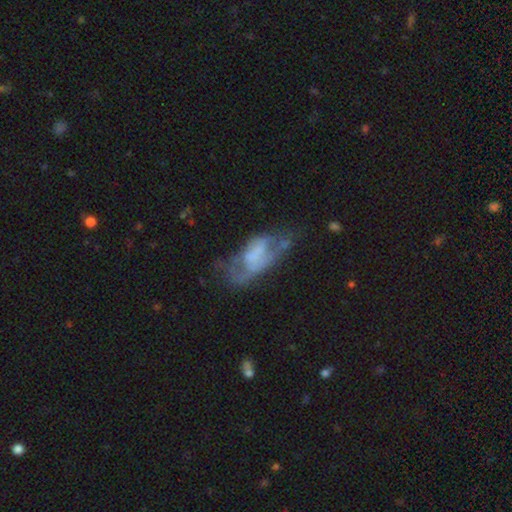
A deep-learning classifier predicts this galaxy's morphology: type=featured or disk (58%); edge-on=no (92%); bar=no (64%); spiral arms=no (59%); bulge=none (57%); merging=major disturbance (38%).